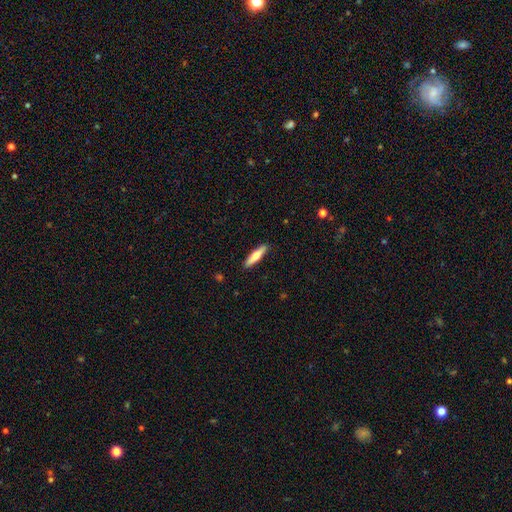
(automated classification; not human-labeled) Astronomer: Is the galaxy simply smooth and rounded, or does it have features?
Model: smooth — 62%.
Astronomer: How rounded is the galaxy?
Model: cigar-shaped — 76%.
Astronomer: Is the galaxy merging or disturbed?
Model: none — 91%.